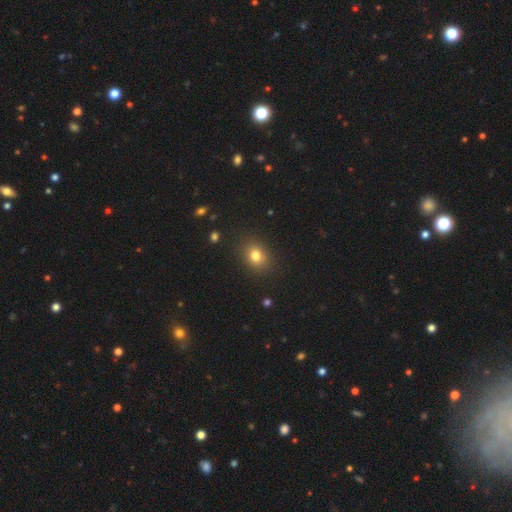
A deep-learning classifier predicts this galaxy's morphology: smooth_or_featured: smooth (p=0.79) [alt: star or artifact p=0.13]
how_rounded: round (p=0.51) [alt: in between p=0.48]
merging: none (p=0.87) [alt: minor disturbance p=0.09]